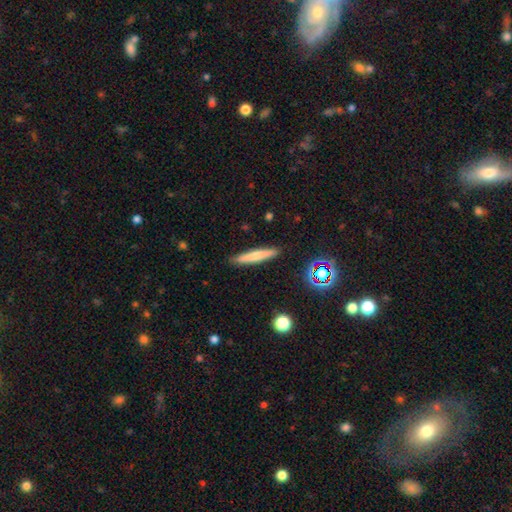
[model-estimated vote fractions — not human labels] Smooth or featured?
  - smooth: 64% *
  - featured or disk: 28%
  - star or artifact: 9%
How rounded?
  - cigar-shaped: 92% *
  - in between: 7%
  - round: 2%
Merging?
  - none: 89% *
  - minor disturbance: 8%
  - major disturbance: 2%
  - merger: 1%